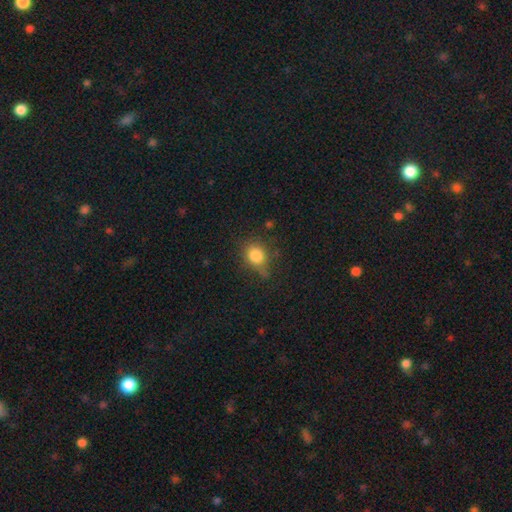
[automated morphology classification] Q: Smooth or featured?
A: smooth (81%); runner-up: star or artifact (11%)
Q: How rounded?
A: round (59%); runner-up: in between (40%)
Q: Merging?
A: none (62%); runner-up: minor disturbance (26%)